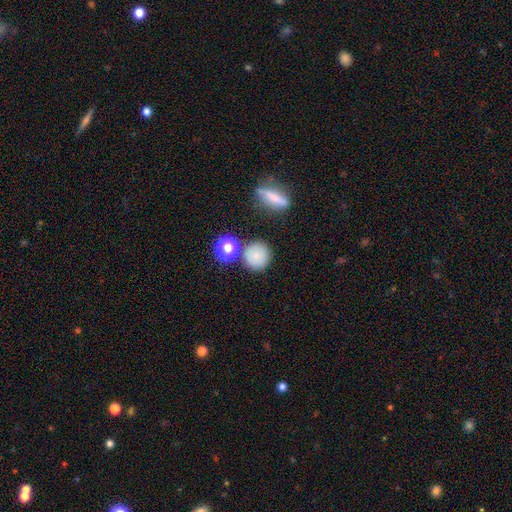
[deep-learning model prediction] Smooth or featured?
  - smooth: 80% *
  - star or artifact: 12%
  - featured or disk: 8%
How rounded?
  - round: 90% *
  - in between: 9%
  - cigar-shaped: 1%
Merging?
  - none: 76% *
  - minor disturbance: 10%
  - merger: 10%
  - major disturbance: 4%